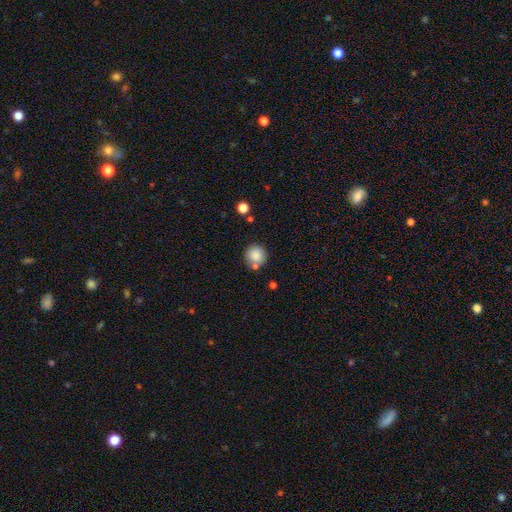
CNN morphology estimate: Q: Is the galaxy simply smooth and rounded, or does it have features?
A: smooth — 84%.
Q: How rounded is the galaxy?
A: round — 91%.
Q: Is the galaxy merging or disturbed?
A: none — 71%.